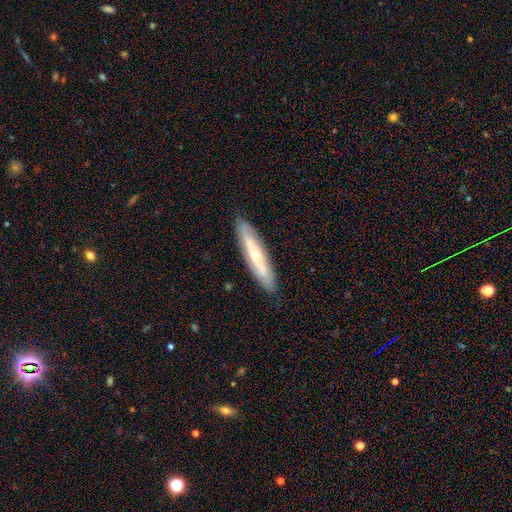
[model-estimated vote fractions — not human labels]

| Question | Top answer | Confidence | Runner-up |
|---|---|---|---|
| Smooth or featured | featured or disk | 63% | smooth (31%) |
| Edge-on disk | yes | 59% | no (41%) |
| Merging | none | 87% | minor disturbance (10%) |